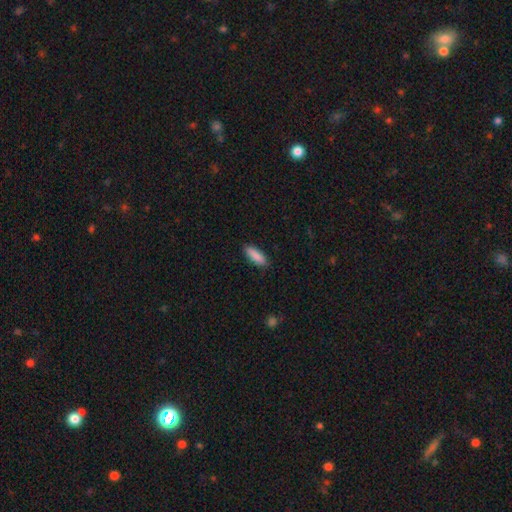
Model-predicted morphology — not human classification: Overall: smooth (89%). How rounded: in between (57%; cigar-shaped 41%). Merging: none (88%).